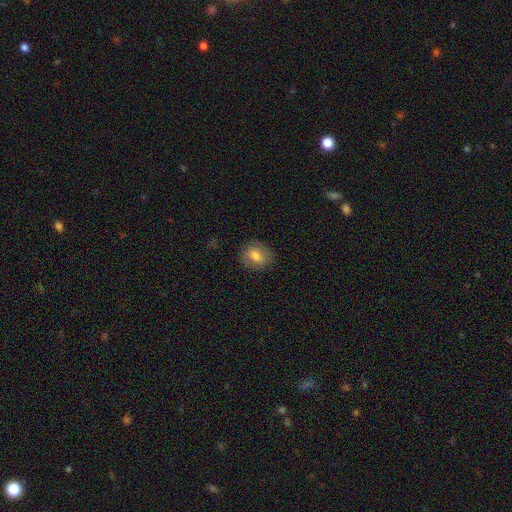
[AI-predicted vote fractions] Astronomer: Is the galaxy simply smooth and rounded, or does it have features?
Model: smooth — 73%.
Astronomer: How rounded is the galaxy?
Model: round — 57% (runner-up: in between, 42%).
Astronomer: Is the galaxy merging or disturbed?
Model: none — 82%.